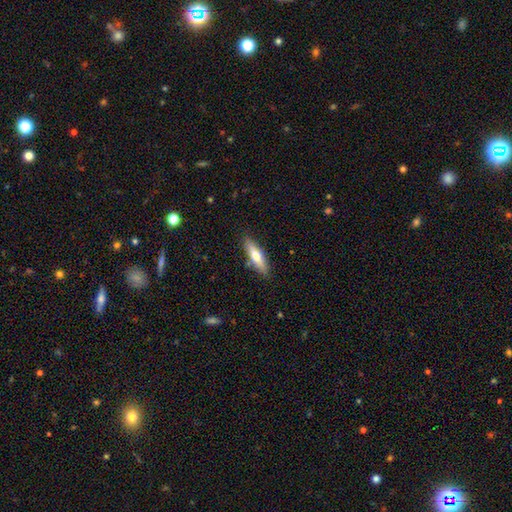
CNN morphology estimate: A smooth galaxy with no disk features (60%) that is cigar-shaped (64%). Merging: none (85%).